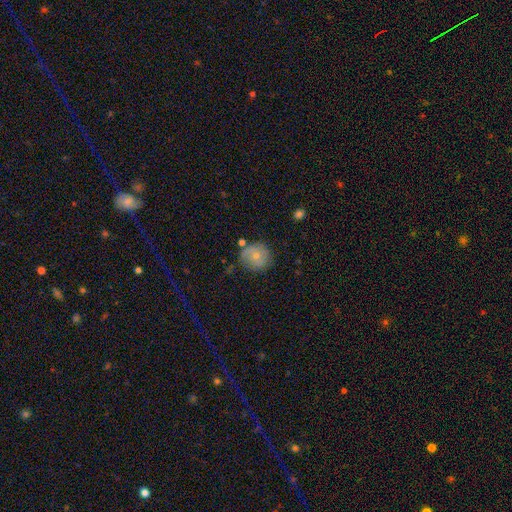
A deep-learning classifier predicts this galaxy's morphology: This is likely a smooth galaxy (61%). How rounded: clearly round (86%). Merging: likely none (67%).